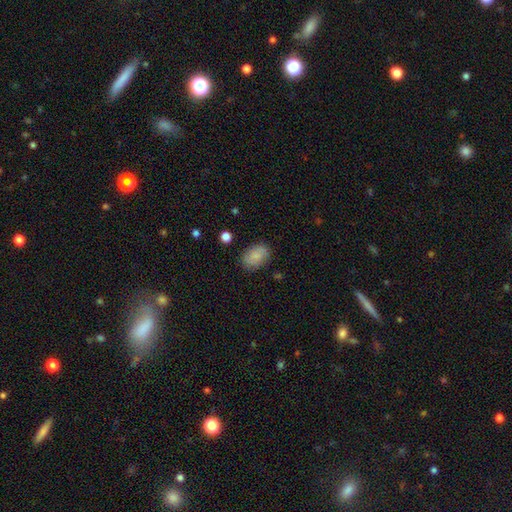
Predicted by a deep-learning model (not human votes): A smooth galaxy with no disk features (81%) that is in between round and cigar-shaped (85%).

Vote fractions:
- Smooth or featured? smooth: 81% / featured or disk: 12% / star or artifact: 8%
- How rounded? in between: 85% / round: 14% / cigar-shaped: 1%
- Merging? none: 82% / minor disturbance: 14% / major disturbance: 3% / merger: 2%